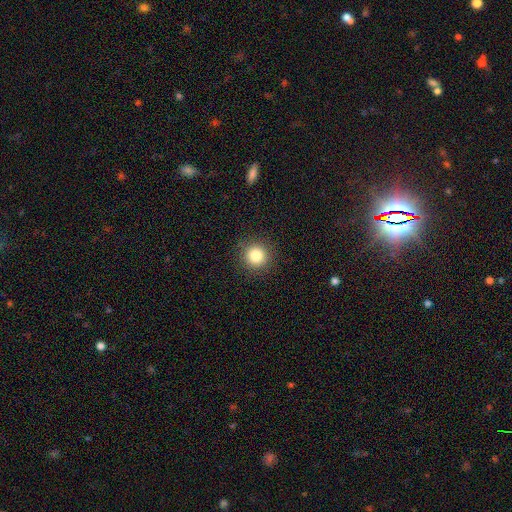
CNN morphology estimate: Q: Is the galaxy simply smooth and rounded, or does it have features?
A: smooth — 83%.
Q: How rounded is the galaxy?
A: round — 95%.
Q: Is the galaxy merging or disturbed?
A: none — 91%.